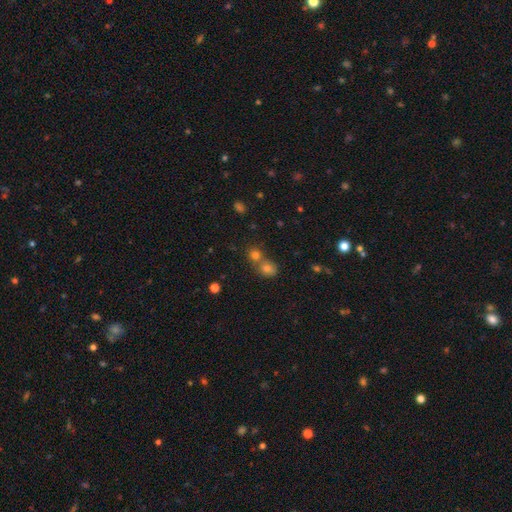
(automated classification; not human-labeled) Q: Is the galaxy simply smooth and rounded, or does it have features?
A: smooth — 65%.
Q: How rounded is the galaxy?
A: round — 81%.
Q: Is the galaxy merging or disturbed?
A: none — 47%.